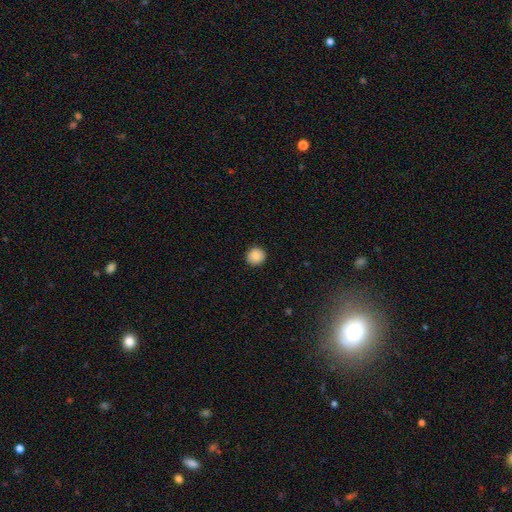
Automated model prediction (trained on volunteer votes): smooth_or_featured: smooth (p=0.87) [alt: star or artifact p=0.08]
how_rounded: round (p=0.93) [alt: in between p=0.06]
merging: none (p=0.92) [alt: minor disturbance p=0.06]